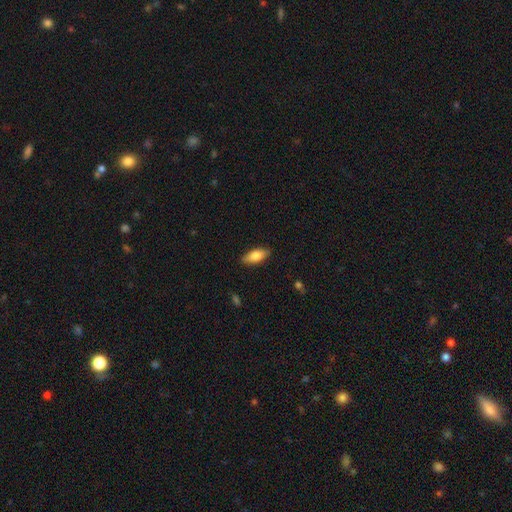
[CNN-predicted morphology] The model was most divided on "how rounded": in between: 78%, cigar-shaped: 19%, round: 2%. More confident: merging — none (88%); smooth or featured — smooth (78%).